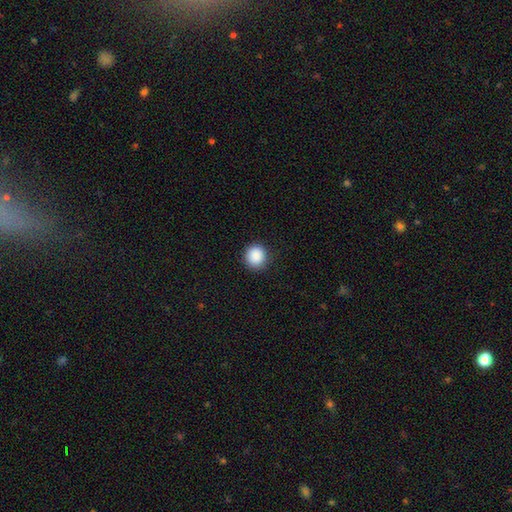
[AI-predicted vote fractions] Smooth or featured?
  - smooth: 89% *
  - star or artifact: 9%
  - featured or disk: 3%
How rounded?
  - round: 91% *
  - in between: 8%
  - cigar-shaped: 1%
Merging?
  - none: 90% *
  - minor disturbance: 7%
  - major disturbance: 2%
  - merger: 1%